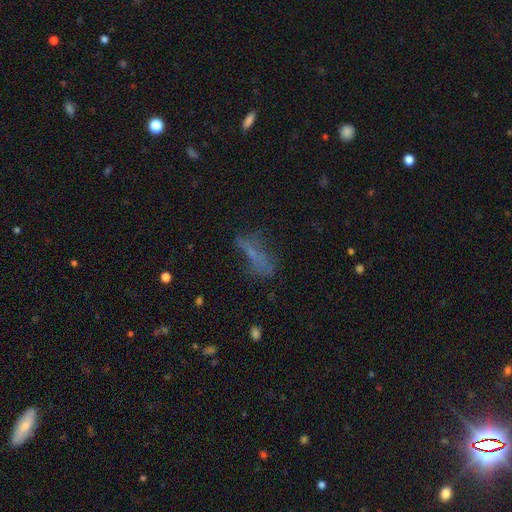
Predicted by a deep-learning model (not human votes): The model was most divided on "merging": none: 43%, major disturbance: 28%, minor disturbance: 23%, merger: 6%. Remaining: smooth or featured — smooth (48%).